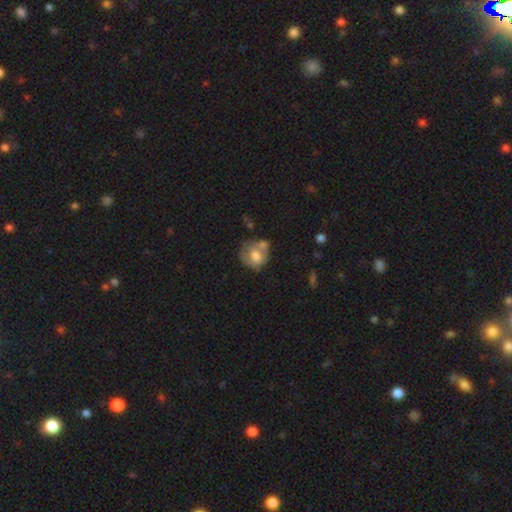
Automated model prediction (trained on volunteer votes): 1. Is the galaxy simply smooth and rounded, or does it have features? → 53% smooth, 40% featured or disk, 7% star or artifact.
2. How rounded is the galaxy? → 73% round, 26% in between, 1% cigar-shaped.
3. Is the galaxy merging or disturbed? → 40% none, 28% merger, 21% minor disturbance, 11% major disturbance.